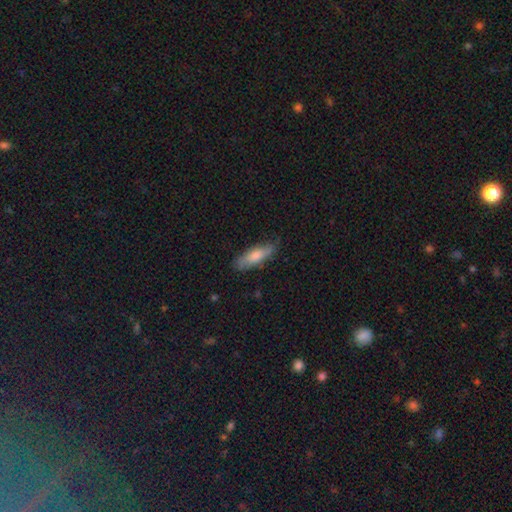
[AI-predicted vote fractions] smooth-or-featured: smooth: 68% | featured or disk: 26% | star or artifact: 6%
  how-rounded: cigar-shaped: 55% | in between: 43% | round: 2%
  merging: none: 79% | minor disturbance: 17% | major disturbance: 3% | merger: 1%